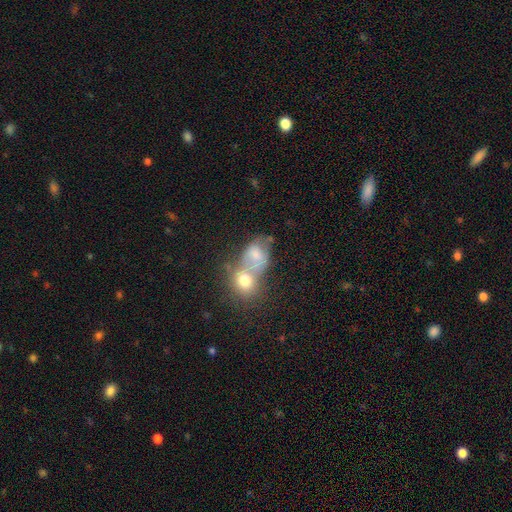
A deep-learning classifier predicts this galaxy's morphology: Smooth or featured?
  - smooth: 63% *
  - featured or disk: 25%
  - star or artifact: 12%
How rounded?
  - in between: 67% *
  - round: 32%
  - cigar-shaped: 2%
Merging?
  - merger: 62% *
  - none: 19%
  - minor disturbance: 10%
  - major disturbance: 9%